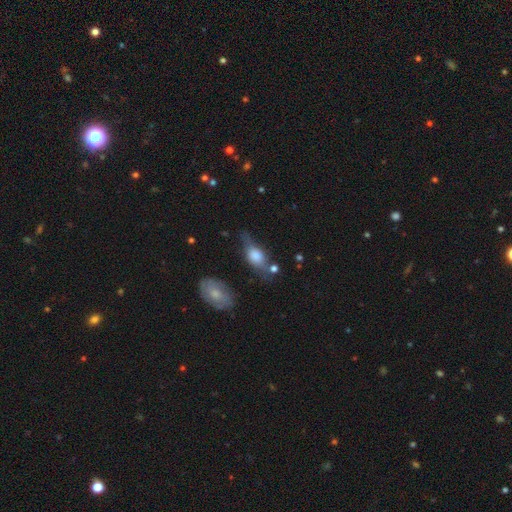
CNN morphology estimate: Smooth or featured? Predicted: smooth (p=0.60). How rounded? Predicted: in between (p=0.75). Merging? Predicted: none (p=0.44).